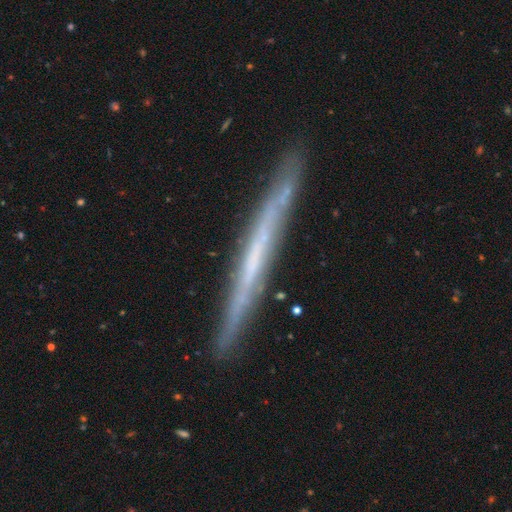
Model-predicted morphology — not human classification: featured or disk 67%, smooth 27%, star or artifact 6%. Down the decision tree: edge-on disk — yes (96%); edge-on bulge — none (89%); merging — none (87%).